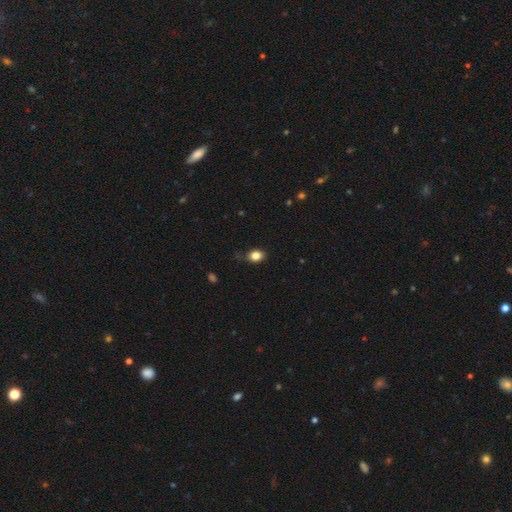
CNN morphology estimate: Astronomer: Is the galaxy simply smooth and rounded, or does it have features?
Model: smooth — 84%.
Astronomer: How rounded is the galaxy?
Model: in between — 60% (runner-up: round, 39%).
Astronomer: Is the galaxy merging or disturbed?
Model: none — 81%.